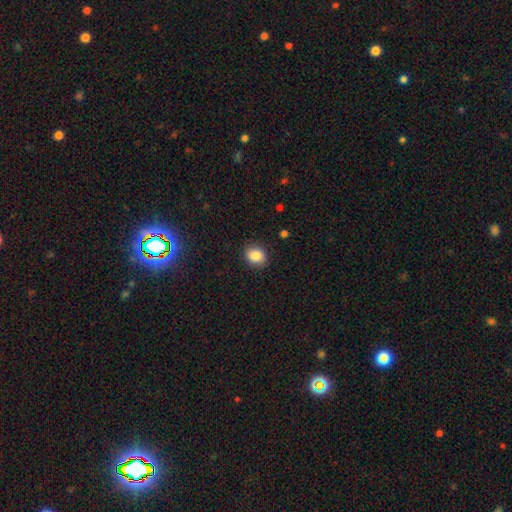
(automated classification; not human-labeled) Smooth or featured: smooth — 86% (star or artifact — 9%)
How rounded: round — 60% (in between — 39%)
Merging: none — 87% (minor disturbance — 9%)